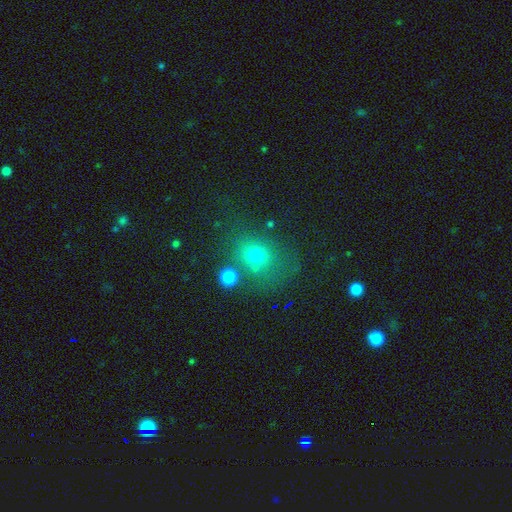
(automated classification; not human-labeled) Smooth or featured?
  - smooth: 69% *
  - star or artifact: 19%
  - featured or disk: 11%
How rounded?
  - round: 60% *
  - in between: 38%
  - cigar-shaped: 1%
Merging?
  - none: 65% *
  - minor disturbance: 15%
  - merger: 12%
  - major disturbance: 8%